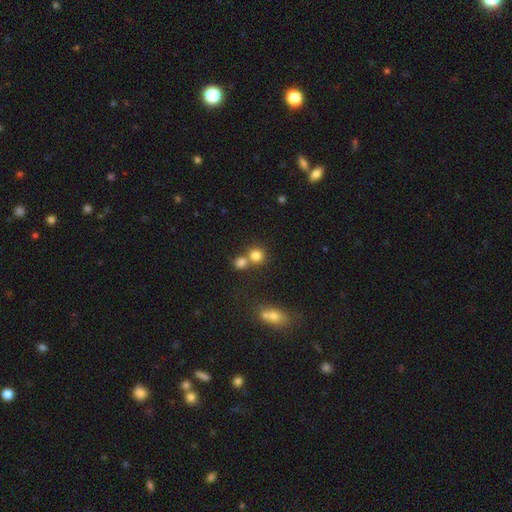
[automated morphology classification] type=smooth (80%); roundness=round (88%); merging=none (54%).